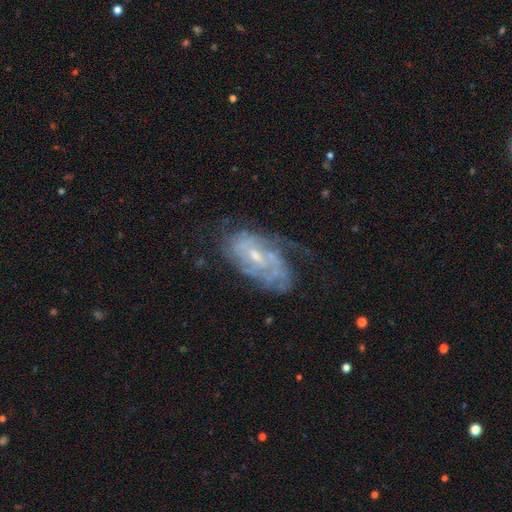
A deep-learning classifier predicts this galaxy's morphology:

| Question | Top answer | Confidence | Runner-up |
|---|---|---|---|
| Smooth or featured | featured or disk | 80% | smooth (12%) |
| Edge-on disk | no | 95% | yes (5%) |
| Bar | no | 50% | weak (40%) |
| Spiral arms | yes | 88% | no (12%) |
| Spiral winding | tight | 57% | medium (32%) |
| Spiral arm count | can't tell | 48% | 2 (18%) |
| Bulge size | small | 62% | moderate (33%) |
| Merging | none | 52% | minor disturbance (25%) |